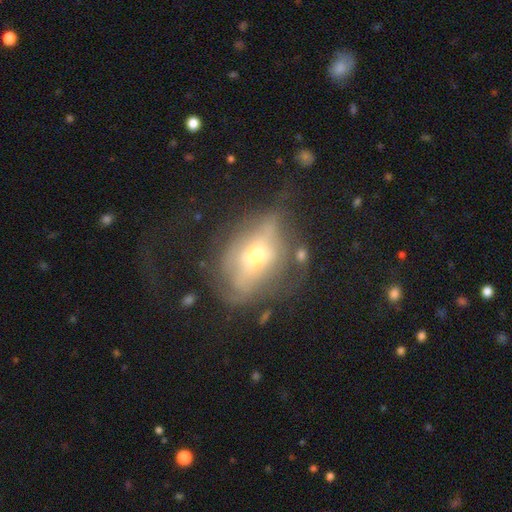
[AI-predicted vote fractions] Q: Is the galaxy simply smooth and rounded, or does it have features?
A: featured or disk — 55%.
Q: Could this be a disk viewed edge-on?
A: no — 79%.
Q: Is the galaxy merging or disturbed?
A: none — 40%.